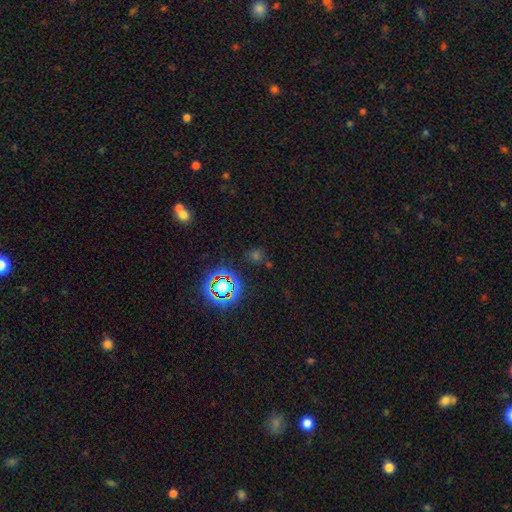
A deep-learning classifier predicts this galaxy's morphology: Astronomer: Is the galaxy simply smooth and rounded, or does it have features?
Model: star or artifact — 57% (runner-up: smooth, 35%).